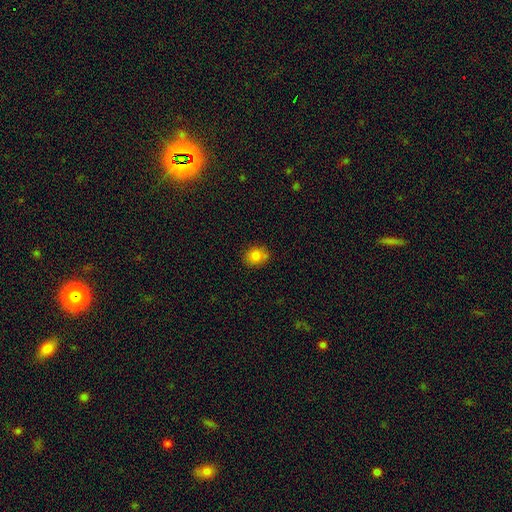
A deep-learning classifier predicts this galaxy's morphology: Overall: smooth (83%). How rounded: round (54%; in between 45%). Merging: none (81%).